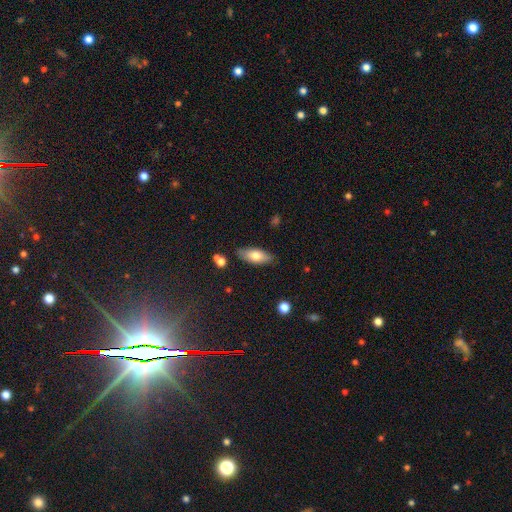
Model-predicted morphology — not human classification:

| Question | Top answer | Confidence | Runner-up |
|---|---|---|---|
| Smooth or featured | smooth | 71% | featured or disk (23%) |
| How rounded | in between | 78% | cigar-shaped (20%) |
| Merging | none | 83% | minor disturbance (12%) |